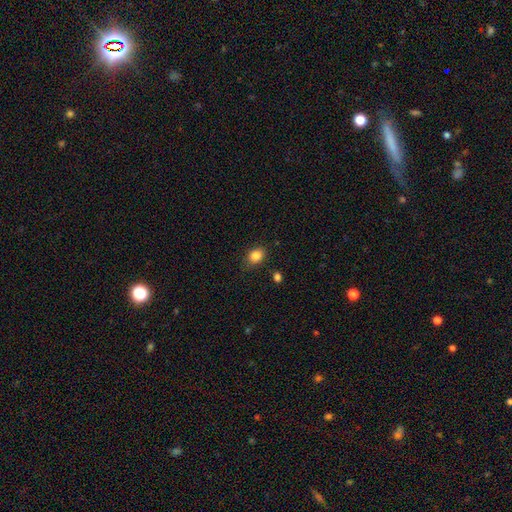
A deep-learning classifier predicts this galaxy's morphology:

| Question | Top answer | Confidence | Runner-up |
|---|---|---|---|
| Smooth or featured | smooth | 85% | star or artifact (10%) |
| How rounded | in between | 59% | round (39%) |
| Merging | none | 80% | minor disturbance (14%) |